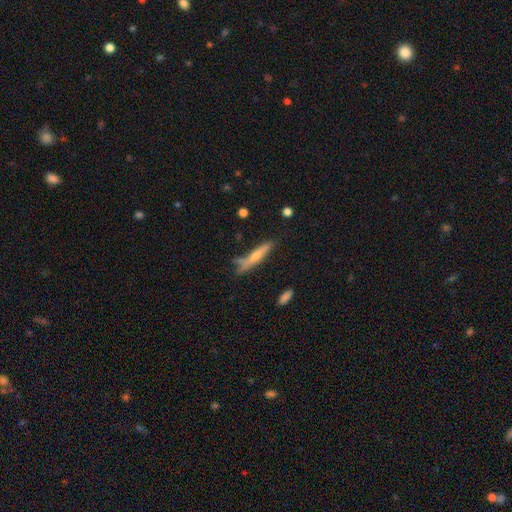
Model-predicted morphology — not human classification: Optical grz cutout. It shows a featured or disk galaxy (50%) viewed edge-on (91%). Merging: none (67%).